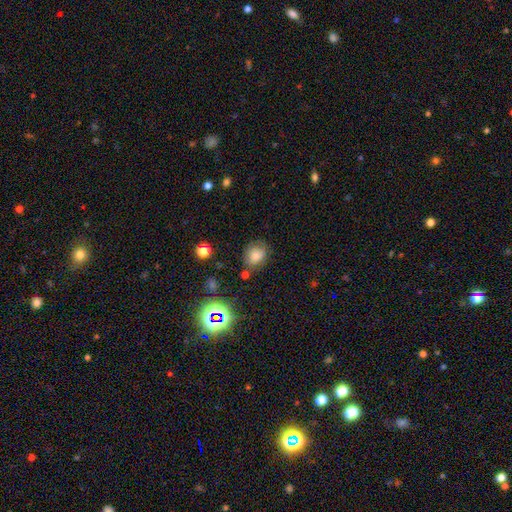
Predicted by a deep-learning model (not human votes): This is likely a smooth galaxy (75%). How rounded: possibly round (50%). Merging: likely none (71%).